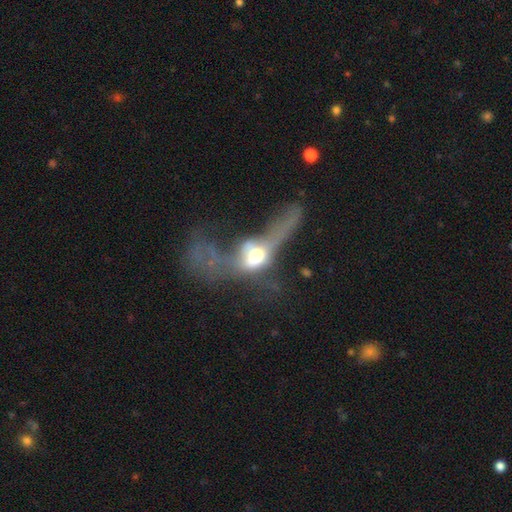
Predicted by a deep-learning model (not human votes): Smooth or featured? featured or disk (59%)
Edge-on disk? yes (58%)
Merging? major disturbance (50%)